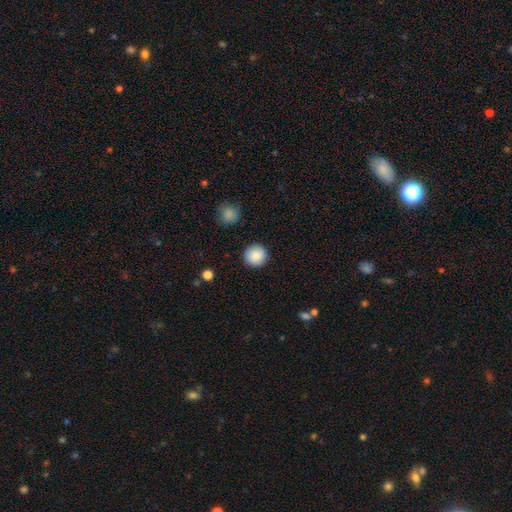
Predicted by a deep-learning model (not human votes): This appears to be a smooth galaxy with no disk features (88%) that is round (95%). Merging: none (92%).